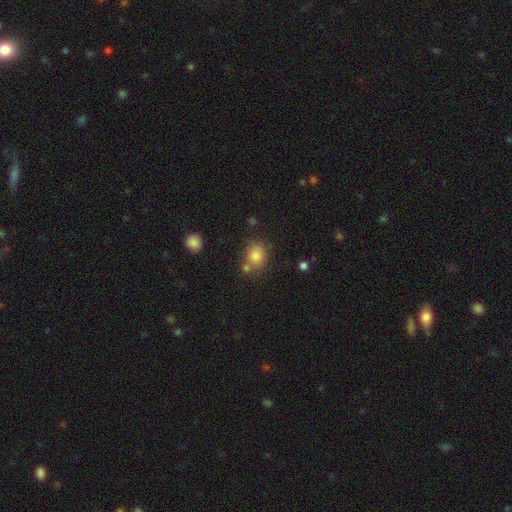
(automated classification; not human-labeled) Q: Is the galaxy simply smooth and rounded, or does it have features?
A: smooth — 81%.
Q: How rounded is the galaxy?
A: round — 64%.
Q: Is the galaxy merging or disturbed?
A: none — 63%.